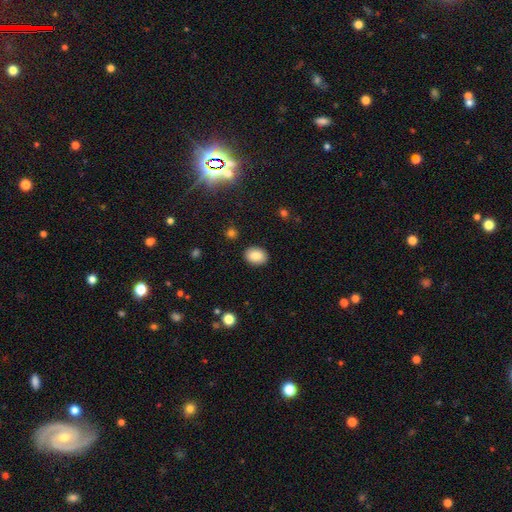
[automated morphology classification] This is clearly a smooth galaxy (84%). How rounded: likely in between (73%). Merging: clearly none (89%).